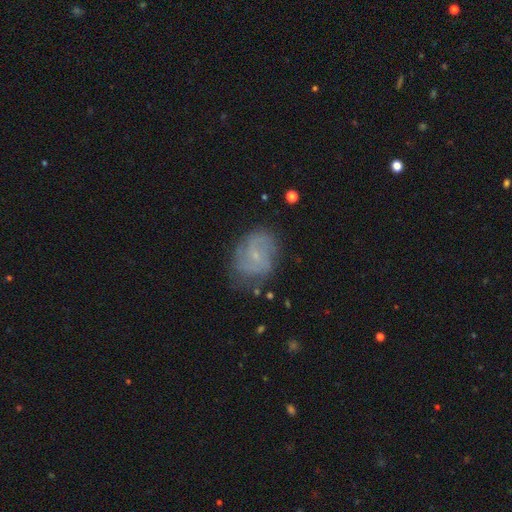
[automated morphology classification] featured or disk 70%, smooth 22%, star or artifact 9%. Down the decision tree: edge-on disk — no (97%); bar — no (51%); spiral arms — yes (88%); spiral arm count — 2 (53%); spiral winding — medium (45%); bulge size — small (78%); merging — none (69%).